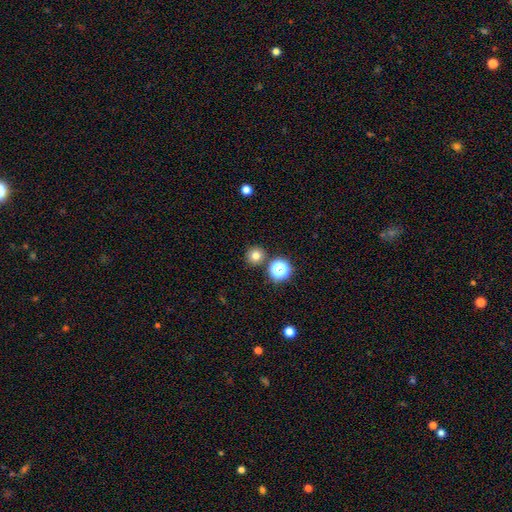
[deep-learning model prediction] Q: Smooth or featured?
A: smooth (76%); runner-up: star or artifact (18%)
Q: How rounded?
A: round (93%); runner-up: in between (6%)
Q: Merging?
A: none (85%); runner-up: merger (7%)